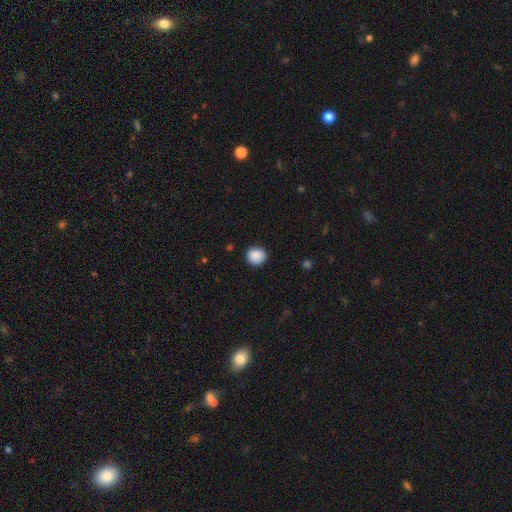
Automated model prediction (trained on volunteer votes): Smooth or featured: smooth — 88% (star or artifact — 8%)
How rounded: round — 87% (in between — 12%)
Merging: none — 87% (minor disturbance — 10%)